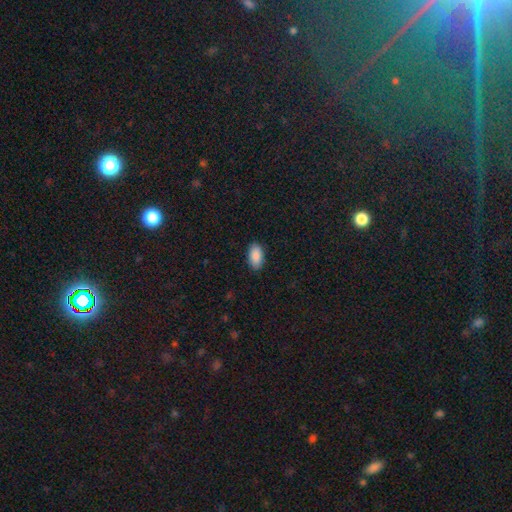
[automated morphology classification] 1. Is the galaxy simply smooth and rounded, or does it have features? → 90% smooth, 6% star or artifact, 4% featured or disk.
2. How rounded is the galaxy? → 95% in between, 3% round, 3% cigar-shaped.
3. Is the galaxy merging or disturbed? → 89% none, 8% minor disturbance, 2% major disturbance, 1% merger.